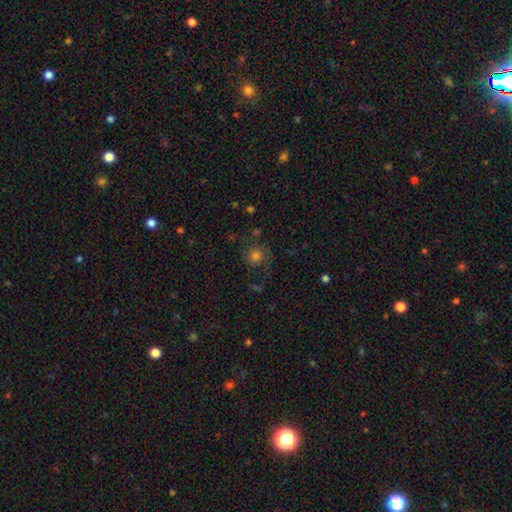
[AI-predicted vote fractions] Overall: smooth (59%; featured or disk 23%). How rounded: round (84%). Merging: none (64%).